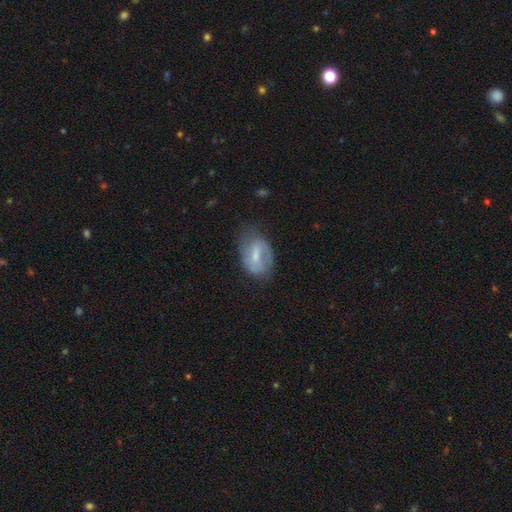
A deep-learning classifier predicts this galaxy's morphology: A featured or disk galaxy (54%) with a weak bar (52%), spiral arms (66%) and a small central bulge (43%).

Vote fractions:
- Smooth or featured? featured or disk: 54% / smooth: 39% / star or artifact: 7%
- Edge-on disk? no: 95% / yes: 5%
- Bar? weak: 52% / strong: 30% / no: 18%
- Spiral arms? yes: 66% / no: 34%
- Bulge size? small: 43% / moderate: 40% / none: 12% / large: 3% / dominant: 1%
- Merging? none: 56% / minor disturbance: 30% / major disturbance: 12% / merger: 2%